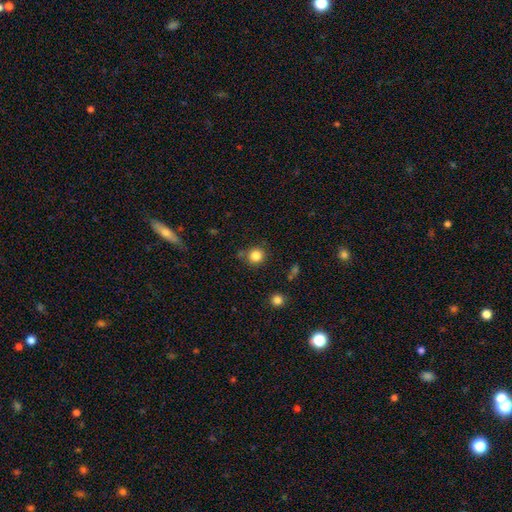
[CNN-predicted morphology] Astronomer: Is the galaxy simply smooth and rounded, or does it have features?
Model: smooth — 83%.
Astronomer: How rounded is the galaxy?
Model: round — 91%.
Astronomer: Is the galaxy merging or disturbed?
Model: none — 80%.